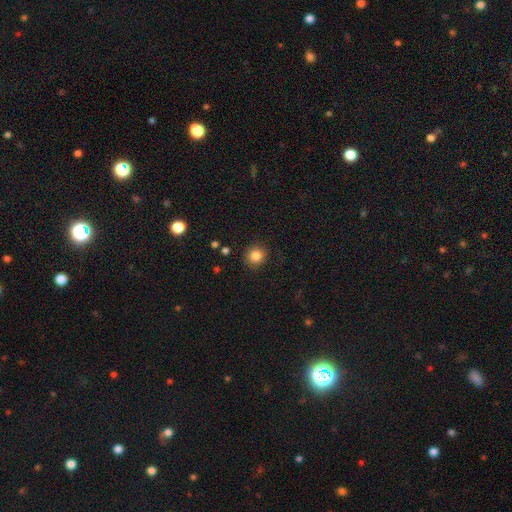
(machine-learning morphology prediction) Smooth or featured: smooth — 84% (star or artifact — 11%)
How rounded: round — 89% (in between — 10%)
Merging: none — 89% (minor disturbance — 7%)